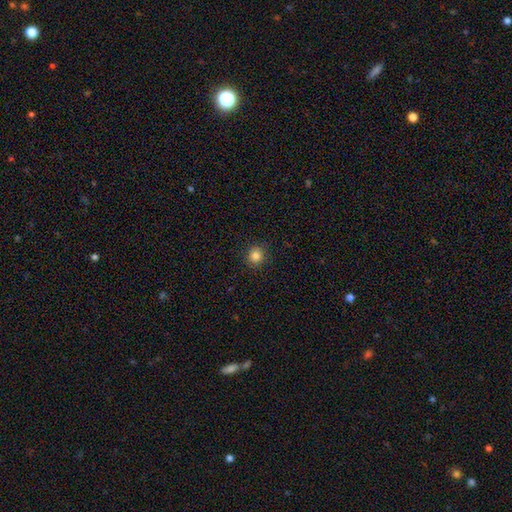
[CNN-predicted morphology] This appears to be a smooth galaxy with no disk features (83%) that is round (91%). Merging: none (91%).